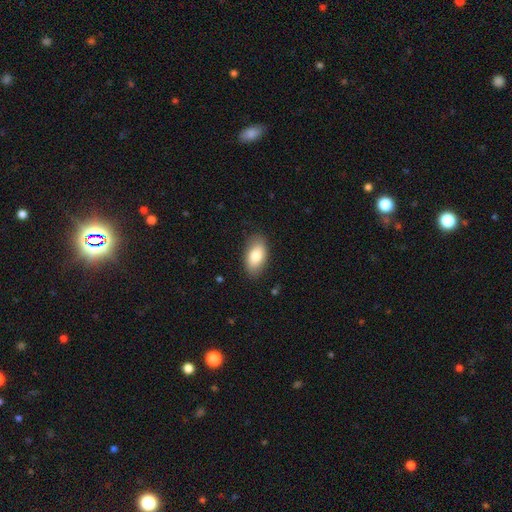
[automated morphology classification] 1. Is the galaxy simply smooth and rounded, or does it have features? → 81% smooth, 13% featured or disk, 6% star or artifact.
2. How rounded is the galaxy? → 93% in between, 4% round, 3% cigar-shaped.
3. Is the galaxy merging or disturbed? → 84% none, 12% minor disturbance, 3% major disturbance, 1% merger.